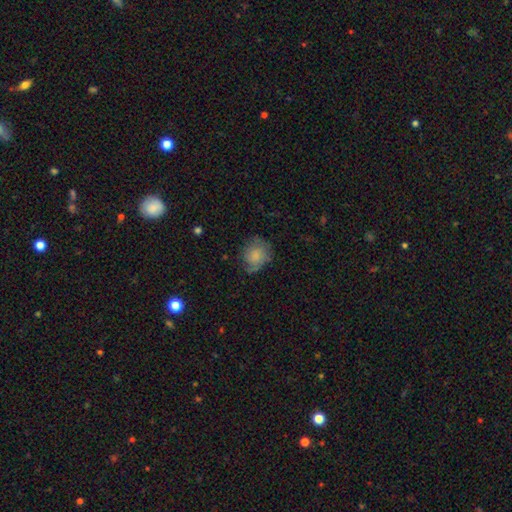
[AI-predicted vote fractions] A smooth galaxy with no disk features (66%) that is round (65%). Merging: none (55%).